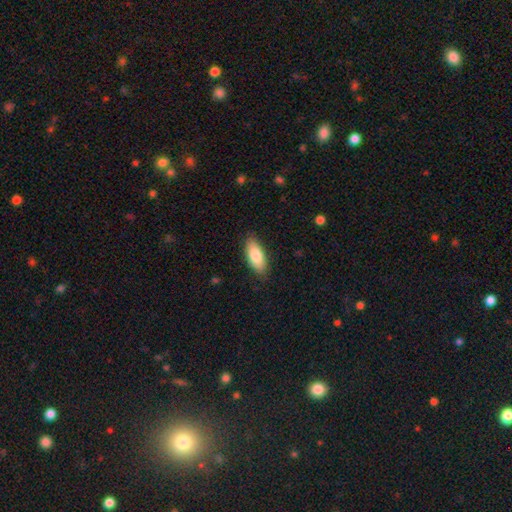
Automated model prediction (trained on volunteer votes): This appears to be a smooth galaxy with no disk features (82%) that is in between round and cigar-shaped (84%). Merging: none (85%).